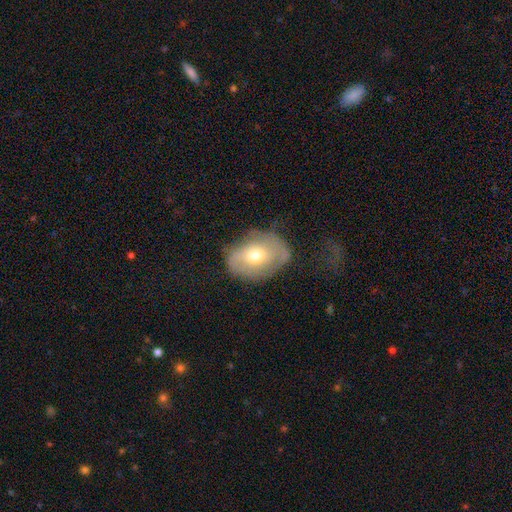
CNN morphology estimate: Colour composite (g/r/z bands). It shows a smooth galaxy with no disk features (47%). Merging: none (53%).